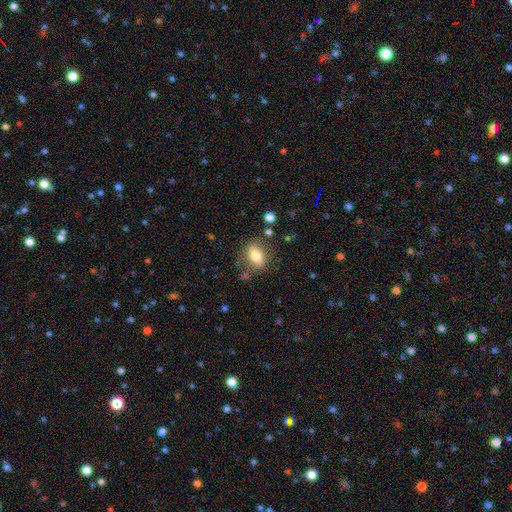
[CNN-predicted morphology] This is likely a smooth galaxy (73%). How rounded: likely in between (72%). Merging: likely none (78%).